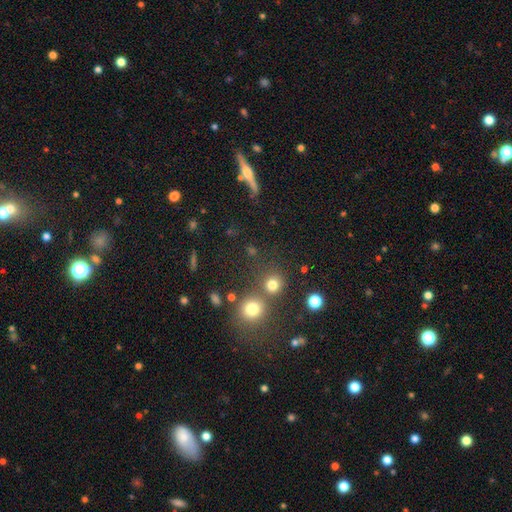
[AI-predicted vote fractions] Morphology: type=smooth (52%); roundness=round (83%); merging=none (64%).